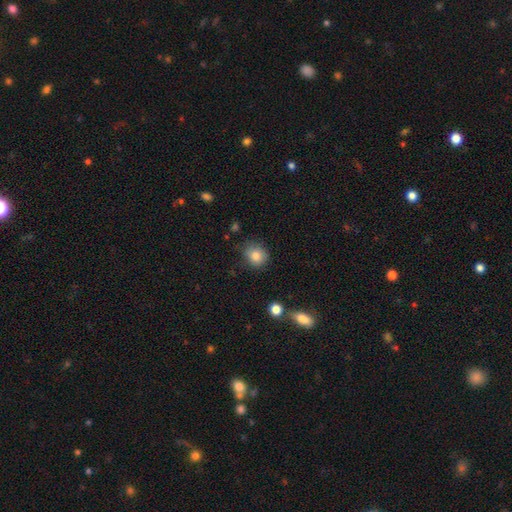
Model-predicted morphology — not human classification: Smooth or featured? Predicted: smooth (p=0.84). How rounded? Predicted: round (p=0.71). Merging? Predicted: none (p=0.73).